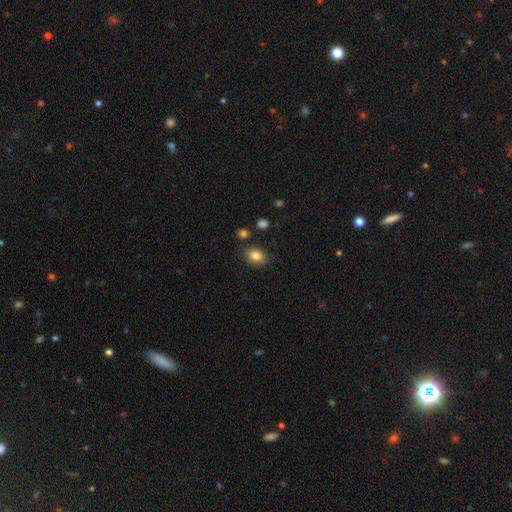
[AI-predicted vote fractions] Smooth or featured?
  - smooth: 84% *
  - star or artifact: 9%
  - featured or disk: 6%
How rounded?
  - in between: 65% *
  - round: 34%
  - cigar-shaped: 1%
Merging?
  - none: 82% *
  - minor disturbance: 12%
  - merger: 3%
  - major disturbance: 3%